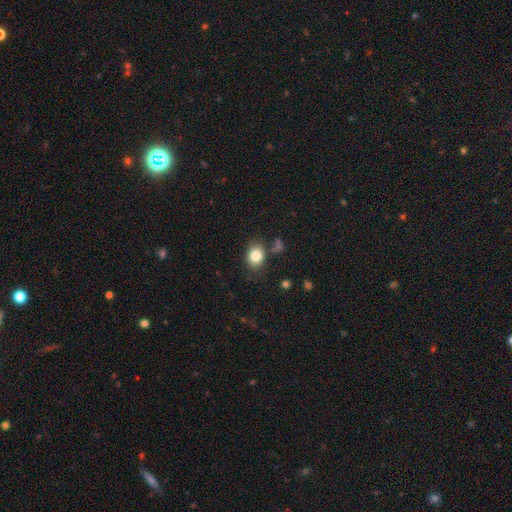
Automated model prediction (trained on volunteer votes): smooth 83%, star or artifact 10%, featured or disk 7%. Down the decision tree: how rounded — in between (55%); merging — none (76%).